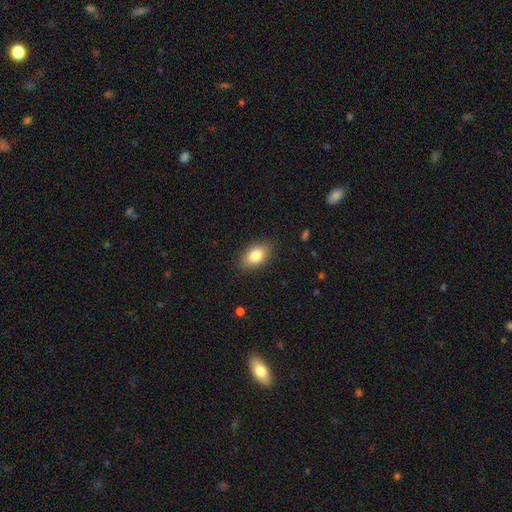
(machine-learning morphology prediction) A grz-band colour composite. It shows a smooth galaxy with no disk features (82%) that is in between round and cigar-shaped (89%). Merging: none (86%).